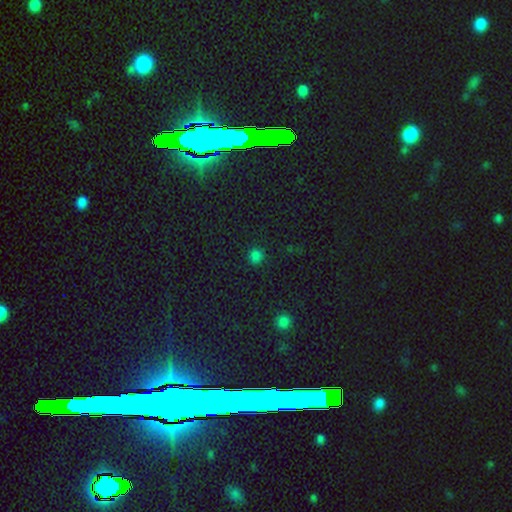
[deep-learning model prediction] Q: Smooth or featured?
A: smooth (76%); runner-up: star or artifact (21%)
Q: How rounded?
A: round (87%); runner-up: in between (12%)
Q: Merging?
A: none (88%); runner-up: minor disturbance (8%)